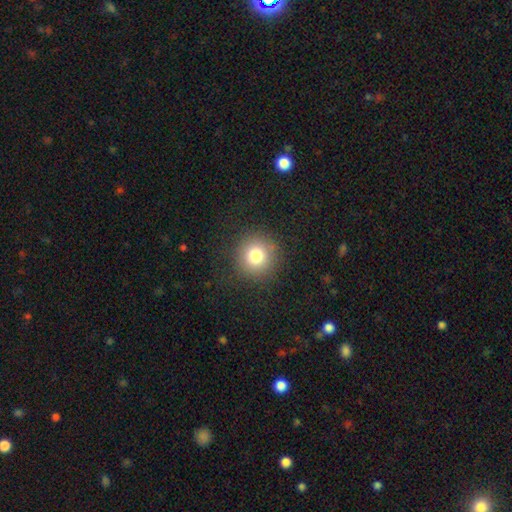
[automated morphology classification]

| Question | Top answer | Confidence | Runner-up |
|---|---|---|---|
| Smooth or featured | smooth | 79% | star or artifact (13%) |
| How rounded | round | 94% | in between (5%) |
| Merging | none | 88% | minor disturbance (7%) |